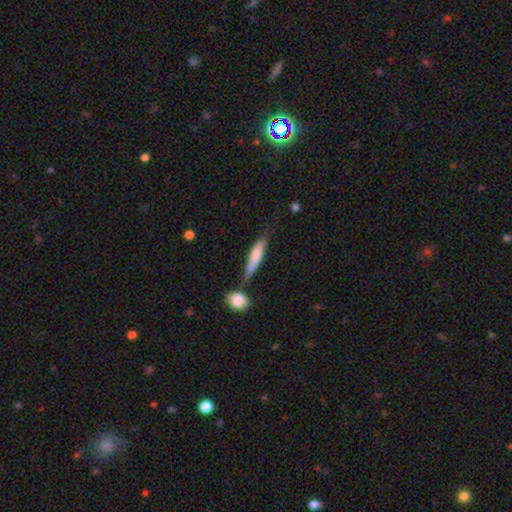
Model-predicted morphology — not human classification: smooth-or-featured: smooth: 73% | featured or disk: 21% | star or artifact: 6%
  how-rounded: cigar-shaped: 74% | in between: 23% | round: 2%
  merging: none: 46% | merger: 24% | minor disturbance: 22% | major disturbance: 8%